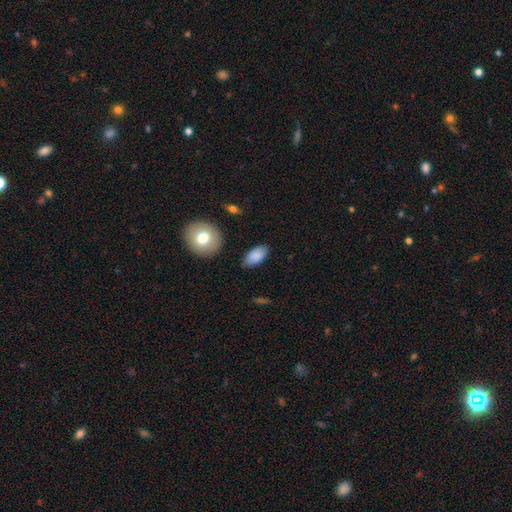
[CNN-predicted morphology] Overall: smooth (86%). How rounded: in between (93%). Merging: none (83%).